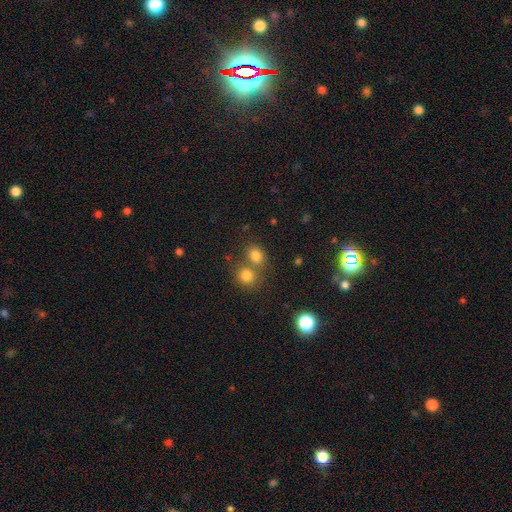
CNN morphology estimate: Overall: smooth (79%). How rounded: round (55%; in between 44%). Merging: none (47%; merger 41%).